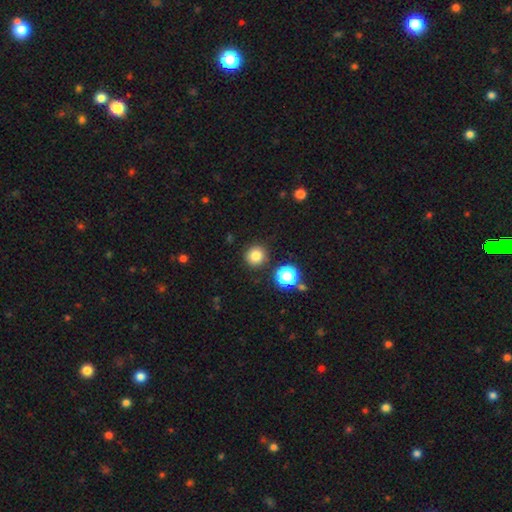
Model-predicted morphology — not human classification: smooth-or-featured: smooth: 81% | star or artifact: 14% | featured or disk: 5%
  how-rounded: round: 93% | in between: 7% | cigar-shaped: 1%
  merging: none: 88% | minor disturbance: 6% | merger: 4% | major disturbance: 2%